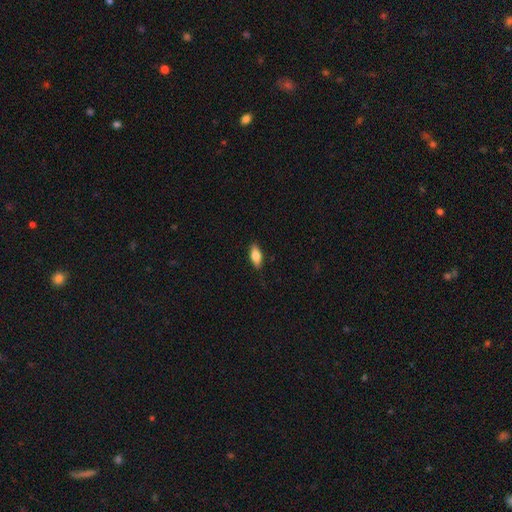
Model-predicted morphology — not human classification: This appears to be a smooth galaxy with no disk features (76%) that is in between round and cigar-shaped (81%). Merging: none (87%).